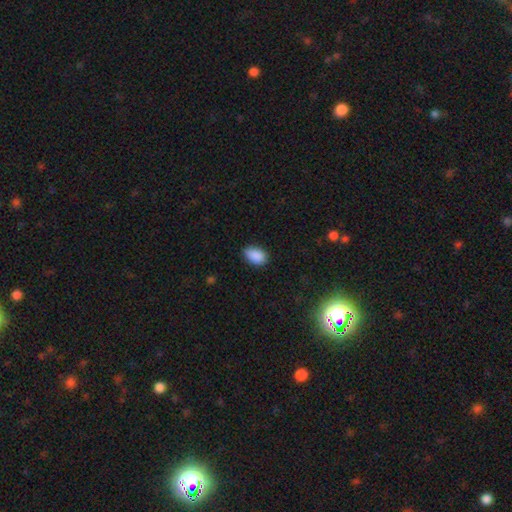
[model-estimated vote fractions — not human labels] Smooth or featured: smooth — 89% (star or artifact — 8%)
How rounded: in between — 89% (round — 9%)
Merging: none — 80% (minor disturbance — 16%)